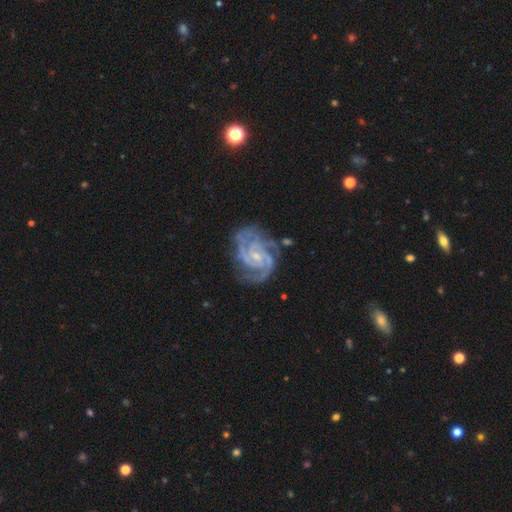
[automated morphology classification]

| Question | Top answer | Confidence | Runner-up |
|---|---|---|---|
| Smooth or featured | featured or disk | 92% | star or artifact (5%) |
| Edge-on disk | no | 98% | yes (2%) |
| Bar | no | 55% | weak (35%) |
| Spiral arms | yes | 98% | no (2%) |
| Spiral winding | tight | 56% | medium (39%) |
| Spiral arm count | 3 | 42% | 2 (29%) |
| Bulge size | small | 71% | moderate (23%) |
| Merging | none | 66% | minor disturbance (21%) |